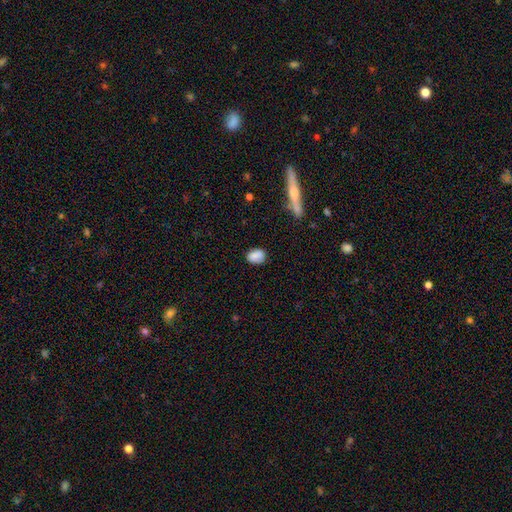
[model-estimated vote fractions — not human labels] A smooth galaxy with no disk features (83%) that is in between round and cigar-shaped (69%). Merging: none (75%).